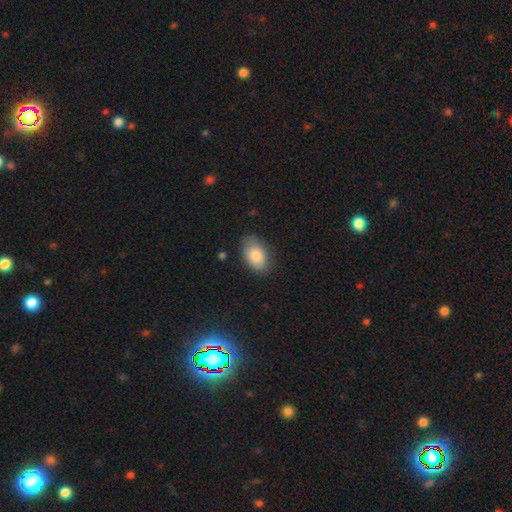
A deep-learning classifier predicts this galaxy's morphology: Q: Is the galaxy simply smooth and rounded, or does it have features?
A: smooth — 83%.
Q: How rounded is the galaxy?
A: in between — 90%.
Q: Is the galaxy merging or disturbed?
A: none — 78%.